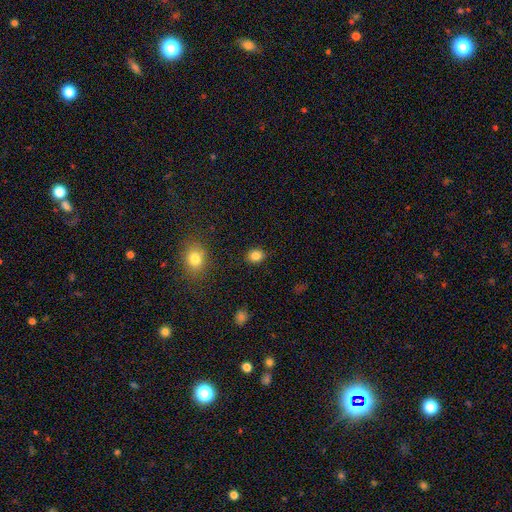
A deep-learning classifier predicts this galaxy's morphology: Q: Smooth or featured?
A: smooth (84%); runner-up: star or artifact (11%)
Q: How rounded?
A: round (67%); runner-up: in between (32%)
Q: Merging?
A: none (88%); runner-up: minor disturbance (8%)